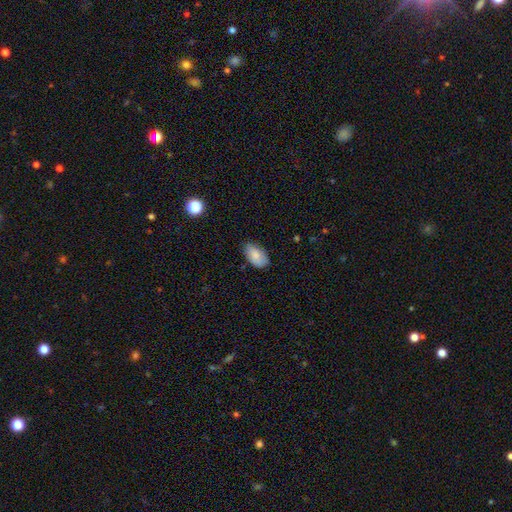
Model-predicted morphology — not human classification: A smooth galaxy with no disk features (82%) that is in between round and cigar-shaped (94%). Merging: none (74%).